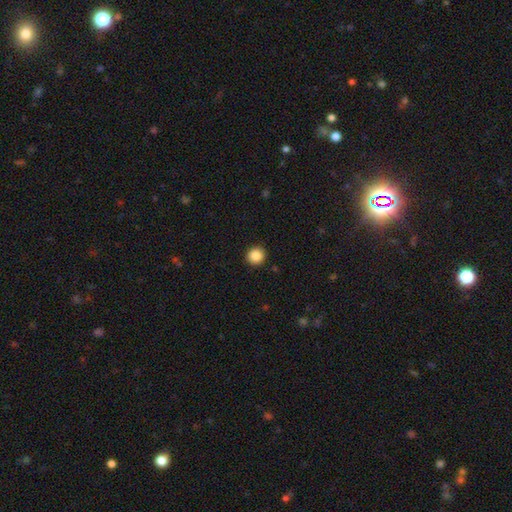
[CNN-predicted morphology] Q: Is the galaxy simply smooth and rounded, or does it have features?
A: smooth — 87%.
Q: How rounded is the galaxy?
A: round — 92%.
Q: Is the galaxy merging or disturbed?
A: none — 92%.